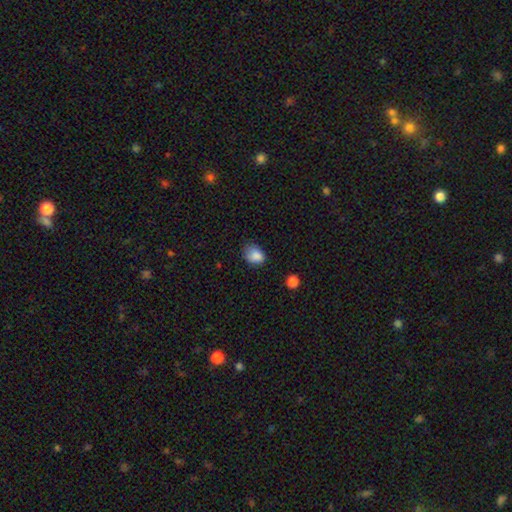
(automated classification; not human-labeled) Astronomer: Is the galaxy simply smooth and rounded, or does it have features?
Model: smooth — 85%.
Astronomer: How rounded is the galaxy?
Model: in between — 65%.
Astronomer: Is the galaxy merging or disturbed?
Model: none — 55% (runner-up: minor disturbance, 35%).